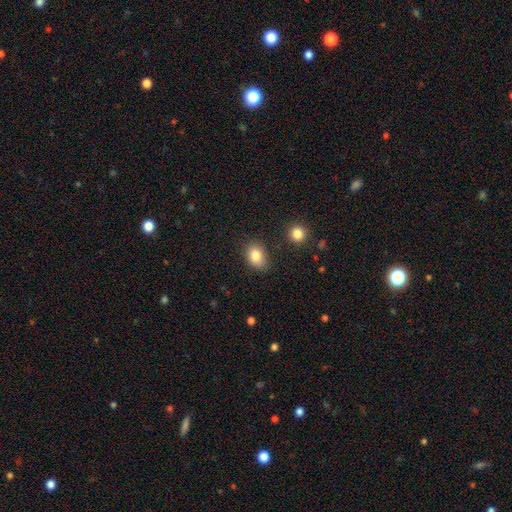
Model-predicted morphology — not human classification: A smooth galaxy with no disk features (84%) that is in between round and cigar-shaped (73%).

Vote fractions:
- Smooth or featured? smooth: 84% / star or artifact: 9% / featured or disk: 7%
- How rounded? in between: 73% / round: 26% / cigar-shaped: 1%
- Merging? none: 82% / minor disturbance: 13% / major disturbance: 3% / merger: 3%